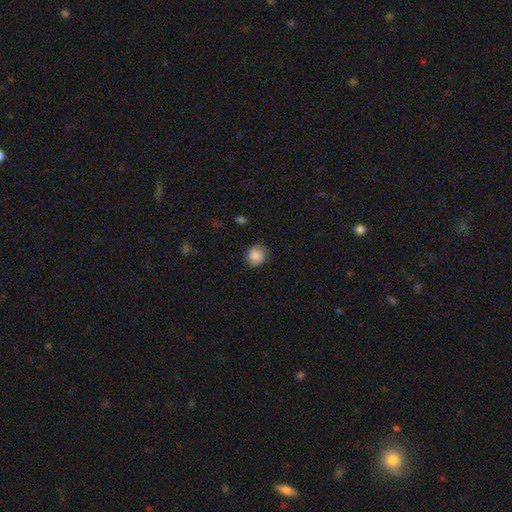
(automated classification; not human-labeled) Smooth or featured: smooth — 87% (star or artifact — 8%)
How rounded: round — 91% (in between — 8%)
Merging: none — 78% (minor disturbance — 17%)